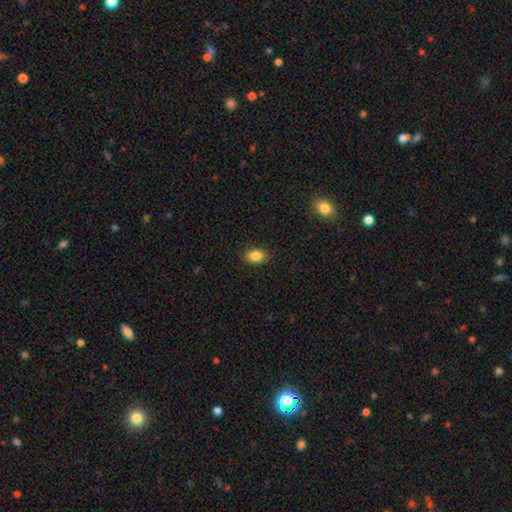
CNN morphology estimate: Smooth or featured? smooth (86%)
How rounded? in between (73%)
Merging? none (88%)